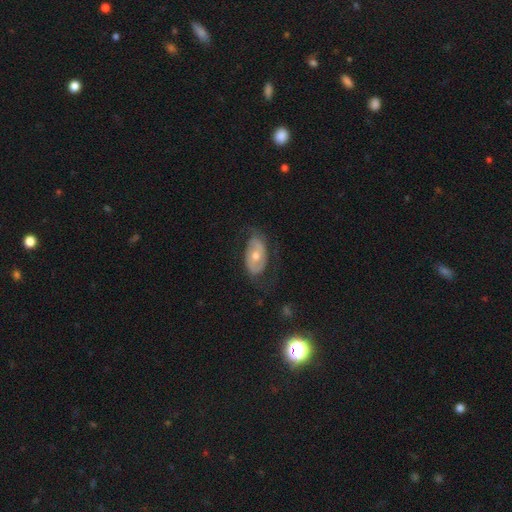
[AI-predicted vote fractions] Overall: featured or disk (62%; smooth 31%). Edge-on disk: no (92%). Bar: no (71%). Spiral arms: yes (50%, tied with no). Bulge size: moderate (69%). Merging: none (62%; minor disturbance 22%).